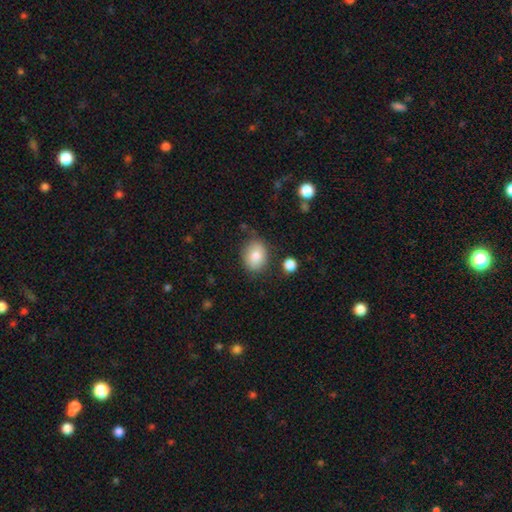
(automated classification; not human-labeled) A smooth galaxy with no disk features (82%) that is in between round and cigar-shaped (55%).

Vote fractions:
- Smooth or featured? smooth: 82% / featured or disk: 10% / star or artifact: 8%
- How rounded? in between: 55% / round: 44% / cigar-shaped: 1%
- Merging? none: 76% / minor disturbance: 16% / major disturbance: 4% / merger: 3%